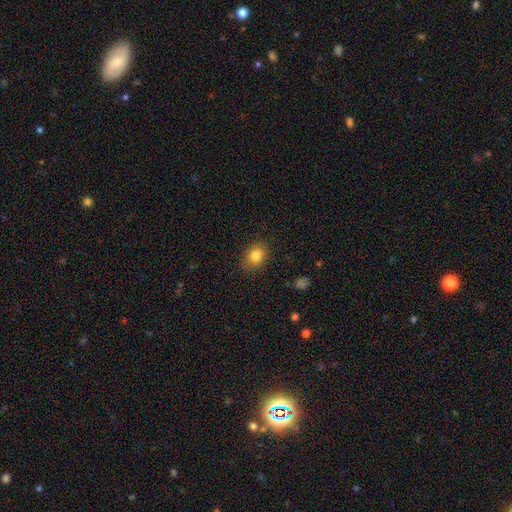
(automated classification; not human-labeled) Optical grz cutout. It shows a smooth galaxy with no disk features (84%) that is in between round and cigar-shaped (55%). Merging: none (82%).